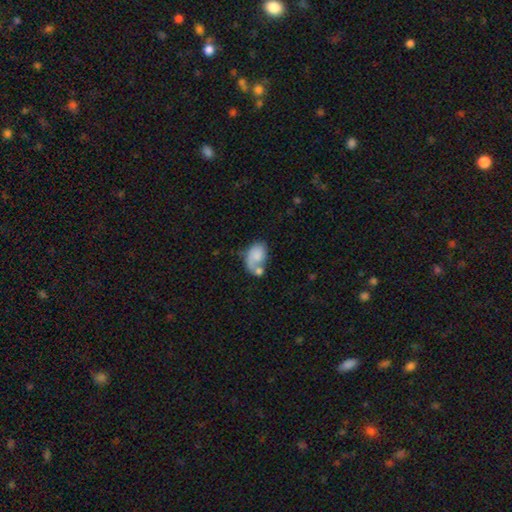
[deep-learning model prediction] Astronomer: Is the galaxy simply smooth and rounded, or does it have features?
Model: smooth — 67%.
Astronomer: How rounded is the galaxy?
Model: in between — 84%.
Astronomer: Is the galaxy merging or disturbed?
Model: merger — 38% (runner-up: none, 26%).